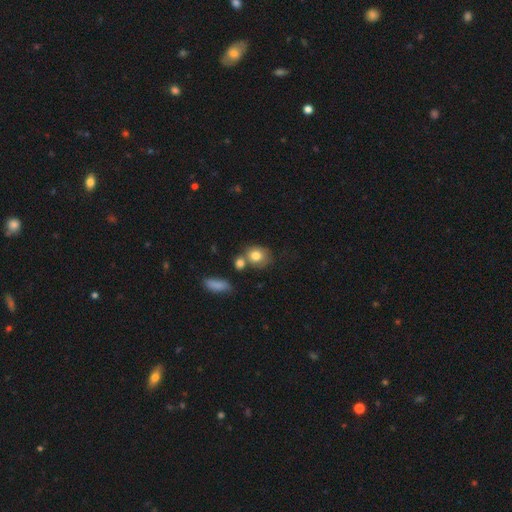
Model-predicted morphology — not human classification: This is likely a smooth galaxy (79%). How rounded: likely round (66%). Merging: possibly none (49%).